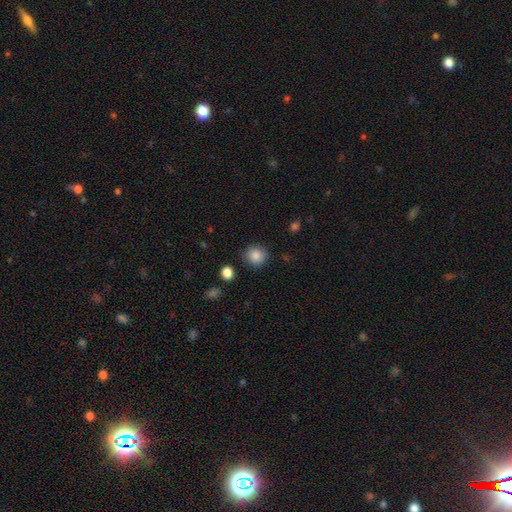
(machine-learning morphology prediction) The model was most divided on "how rounded": round: 87%, in between: 12%, cigar-shaped: 1%. More confident: smooth or featured — smooth (87%); merging — none (86%).